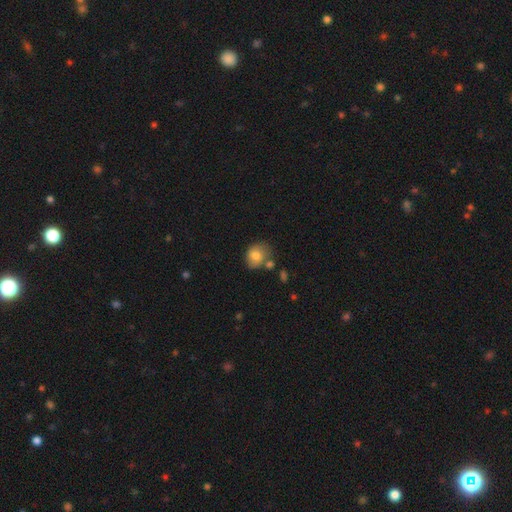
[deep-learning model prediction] The model was most divided on "how rounded": round: 53%, in between: 46%, cigar-shaped: 1%. More confident: smooth or featured — smooth (76%); merging — none (55%).